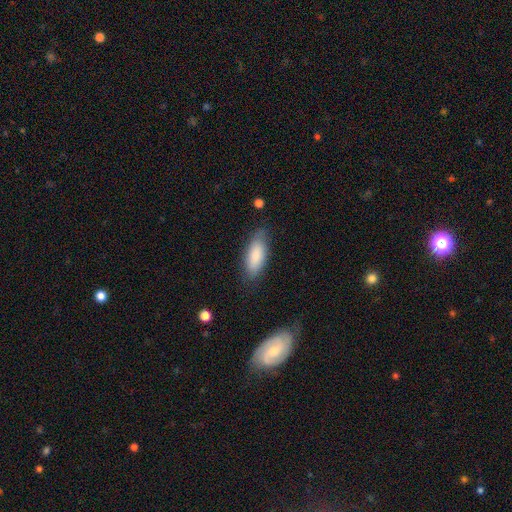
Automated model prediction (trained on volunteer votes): A smooth galaxy with no disk features (85%) that is in between round and cigar-shaped (78%).

Vote fractions:
- Smooth or featured? smooth: 85% / featured or disk: 9% / star or artifact: 6%
- How rounded? in between: 78% / cigar-shaped: 20% / round: 2%
- Merging? none: 78% / minor disturbance: 17% / major disturbance: 4% / merger: 2%